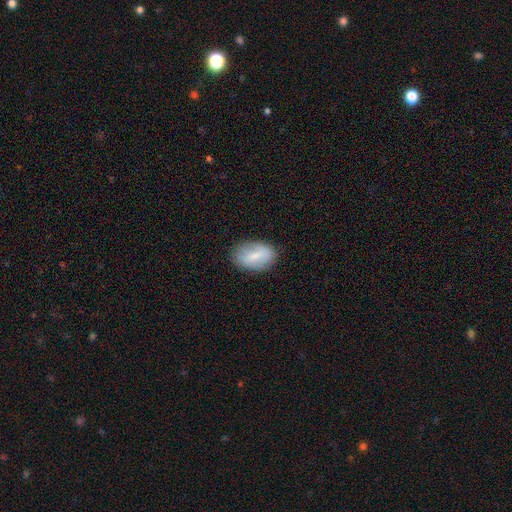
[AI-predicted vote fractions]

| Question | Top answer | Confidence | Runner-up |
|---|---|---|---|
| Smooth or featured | smooth | 69% | featured or disk (24%) |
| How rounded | in between | 89% | round (9%) |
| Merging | none | 79% | minor disturbance (16%) |